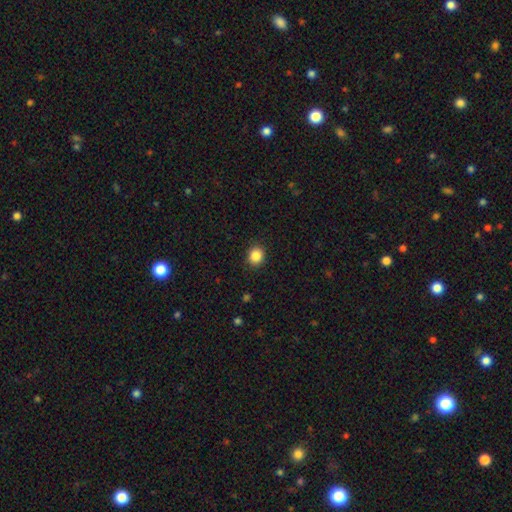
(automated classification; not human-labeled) Morphology: type=smooth (87%); roundness=round (80%); merging=none (91%).